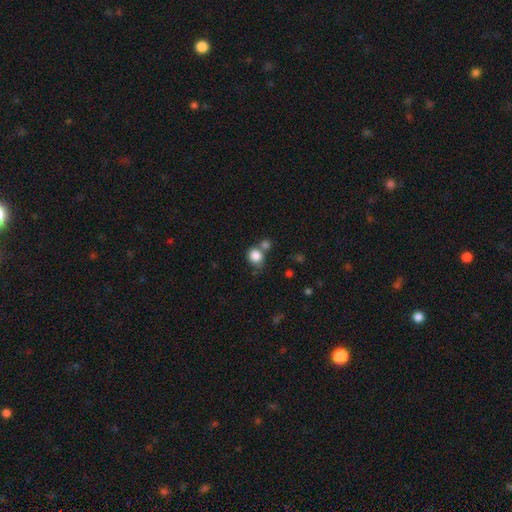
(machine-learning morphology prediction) Smooth or featured? Predicted: smooth (p=0.84). How rounded? Predicted: round (p=0.75). Merging? Predicted: none (p=0.52).